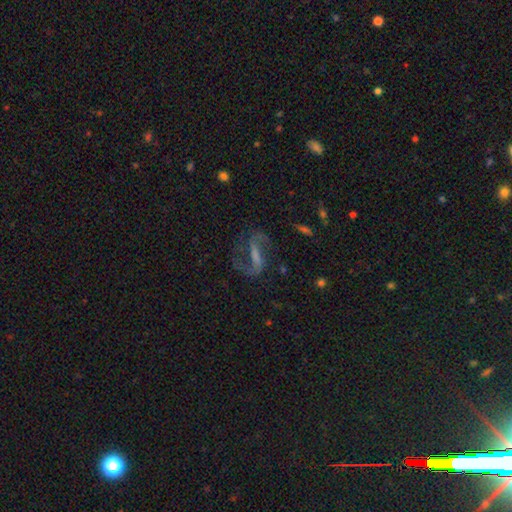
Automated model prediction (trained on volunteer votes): smooth-or-featured: featured or disk: 80% | star or artifact: 11% | smooth: 9%
  disk-edge-on: no: 94% | yes: 6%
    bar: strong: 50% | weak: 36% | no: 14%
    has-spiral-arms: yes: 94% | no: 6%
      spiral-winding: loose: 47% | medium: 43% | tight: 10%
      spiral-arm-count: 2: 90% | can't tell: 3% | 1: 3% | 3: 1% | 4: 1% | more than 4: 1%
    bulge-size: none: 37% | small: 34% | moderate: 21% | large: 5% | dominant: 2%
  merging: none: 71% | minor disturbance: 14% | major disturbance: 13% | merger: 2%